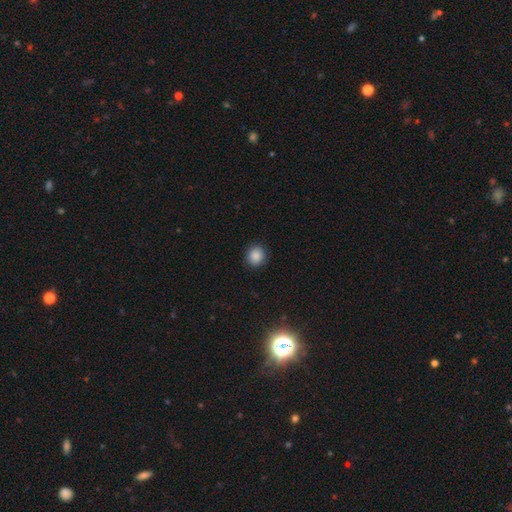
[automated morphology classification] Overall: smooth (87%). How rounded: round (83%). Merging: none (89%).